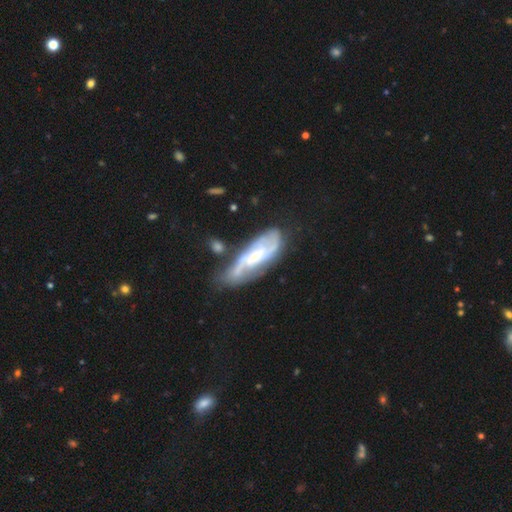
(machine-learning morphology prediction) Overall: featured or disk (72%). Edge-on disk: no (87%). Bar: no (46%; weak 38%). Spiral arms: yes (87%). Spiral arm count: 2 (54%; can't tell 27%). Spiral winding: medium (43%; tight 34%). Bulge size: small (44%; moderate 33%). Merging: none (47%; minor disturbance 25%).